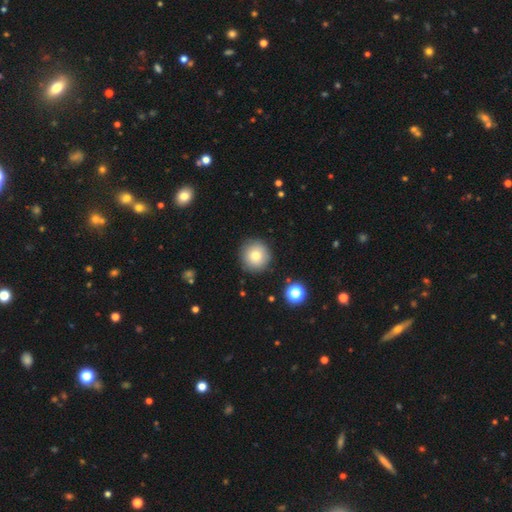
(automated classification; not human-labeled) Morphology: type=smooth (80%); roundness=round (95%); merging=none (88%).